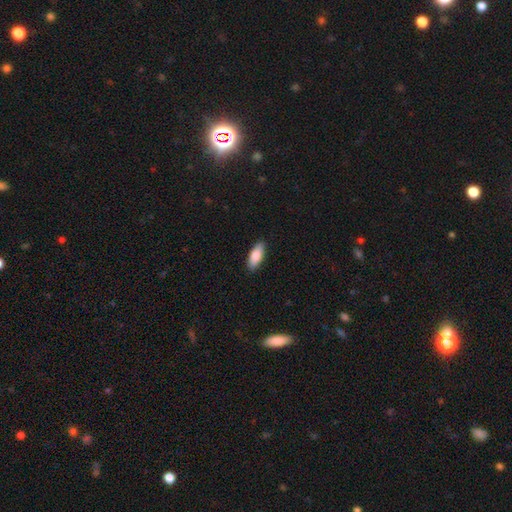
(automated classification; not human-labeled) Morphology: type=smooth (86%); roundness=in between (79%); merging=none (89%).